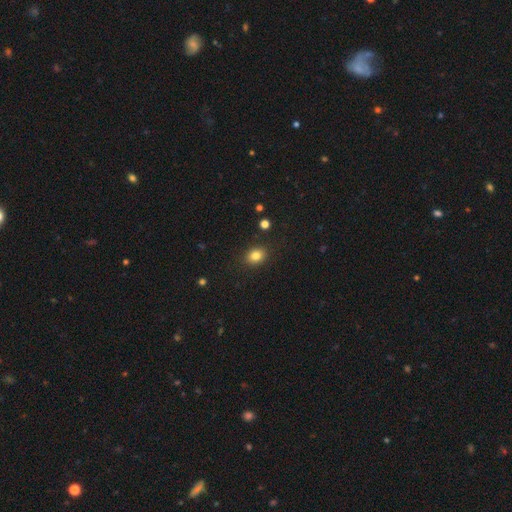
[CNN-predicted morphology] smooth 83%, star or artifact 11%, featured or disk 6%. Down the decision tree: how rounded — in between (55%); merging — none (87%).